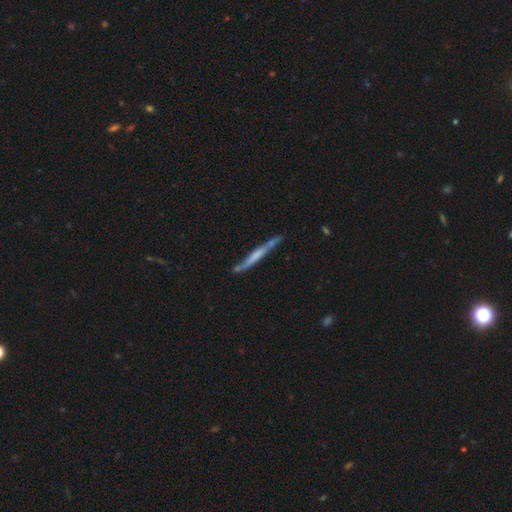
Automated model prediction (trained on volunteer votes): Morphology: type=featured or disk (50%); merging=none (67%).